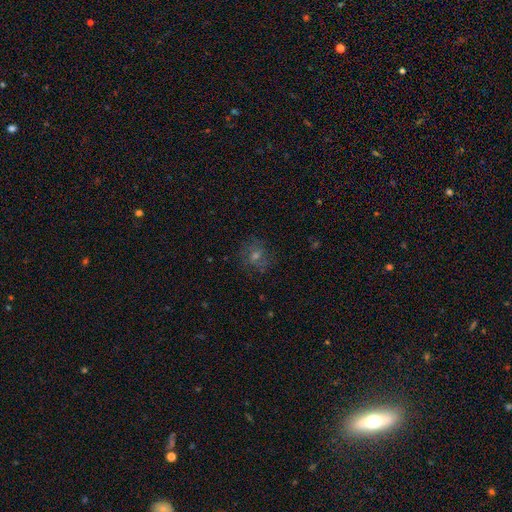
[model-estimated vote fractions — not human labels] The model was most divided on "smooth or featured": featured or disk: 38%, smooth: 36%, star or artifact: 26%. More confident: merging — none (79%).